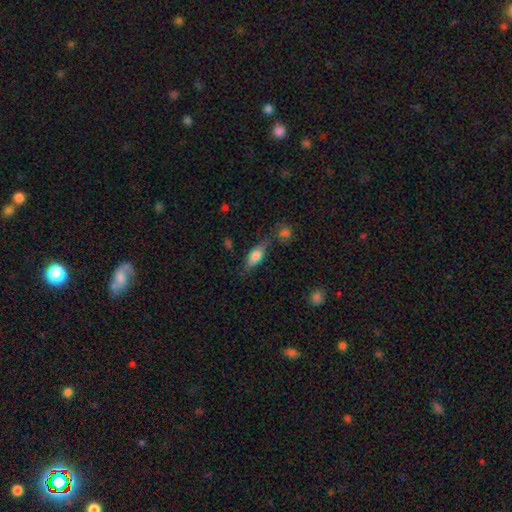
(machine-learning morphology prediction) This appears to be a smooth galaxy with no disk features (75%) that is in between round and cigar-shaped (74%). Merging: none (64%).